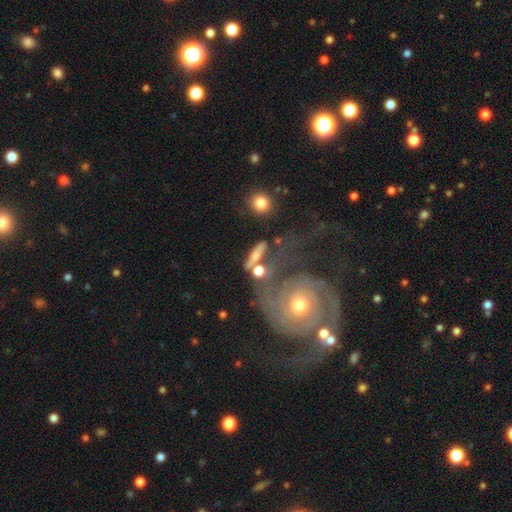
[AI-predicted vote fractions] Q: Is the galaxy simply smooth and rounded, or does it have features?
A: featured or disk — 46%.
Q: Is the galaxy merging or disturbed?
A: none — 50%.